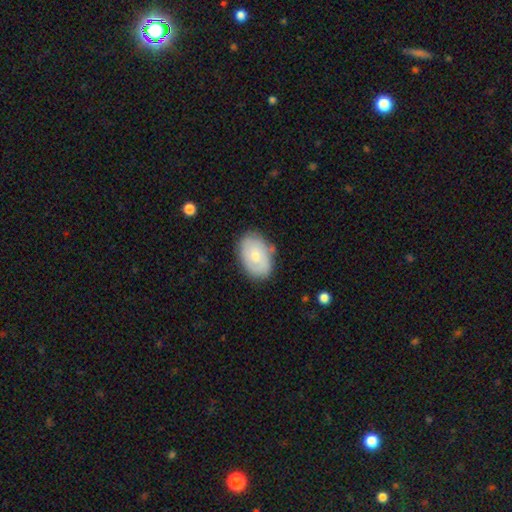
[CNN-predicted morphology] type=smooth (59%); roundness=in between (85%); merging=none (78%).